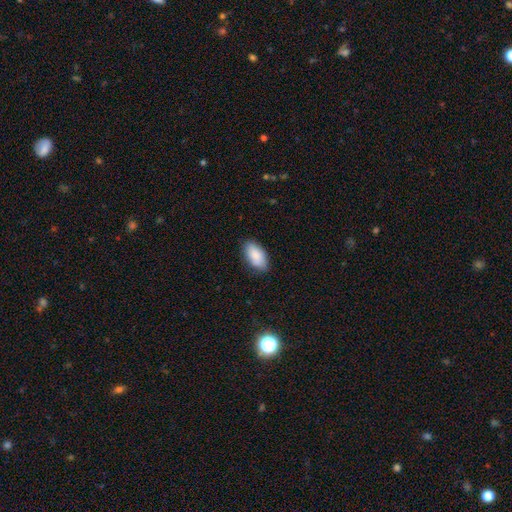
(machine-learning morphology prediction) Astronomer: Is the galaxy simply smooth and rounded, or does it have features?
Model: smooth — 87%.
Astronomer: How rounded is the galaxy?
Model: in between — 93%.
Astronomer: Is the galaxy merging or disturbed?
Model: none — 80%.